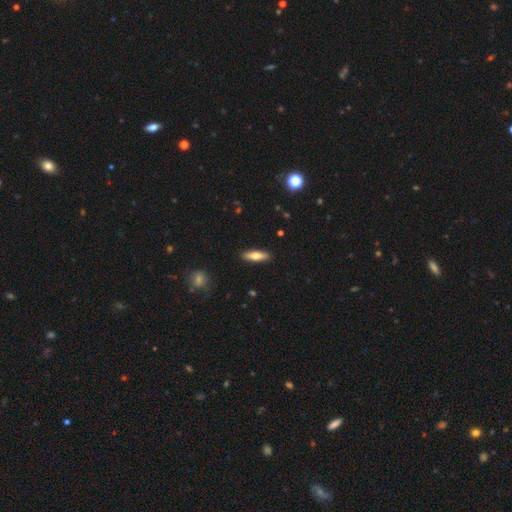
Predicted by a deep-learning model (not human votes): Smooth or featured? Predicted: smooth (p=0.61). How rounded? Predicted: cigar-shaped (p=0.60). Merging? Predicted: none (p=0.90).